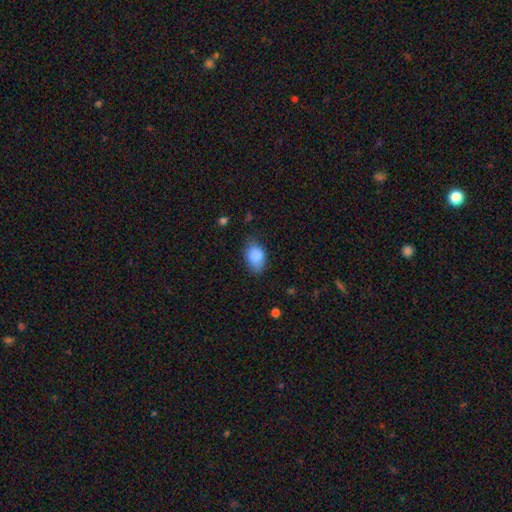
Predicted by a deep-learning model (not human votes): This is clearly a smooth galaxy (87%). How rounded: clearly in between (85%). Merging: likely none (67%).